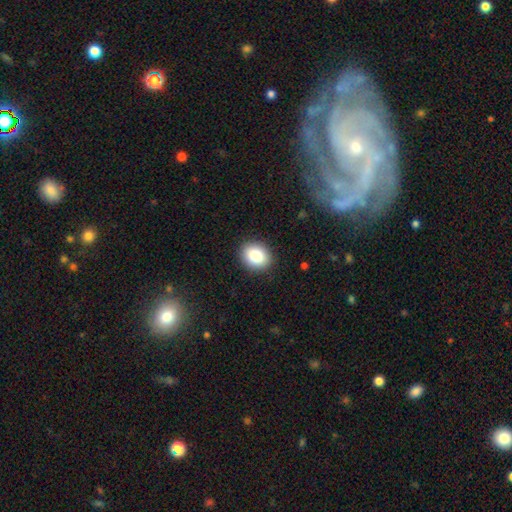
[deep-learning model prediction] smooth_or_featured: smooth (p=0.85) [alt: star or artifact p=0.09]
how_rounded: round (p=0.54) [alt: in between p=0.45]
merging: none (p=0.90) [alt: minor disturbance p=0.07]